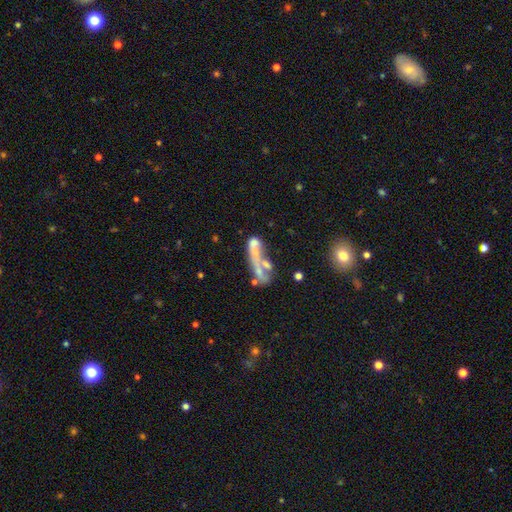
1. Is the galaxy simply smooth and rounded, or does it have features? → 57% smooth, 41% featured or disk, 3% star or artifact.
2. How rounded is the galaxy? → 57% cigar-shaped, 38% in between, 5% round.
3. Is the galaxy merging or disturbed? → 53% merger, 25% none, 19% major disturbance, 3% minor disturbance.